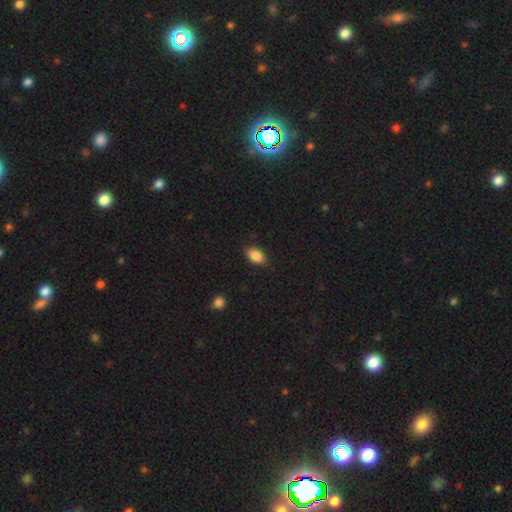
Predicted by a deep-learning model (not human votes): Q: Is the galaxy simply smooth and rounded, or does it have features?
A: smooth — 87%.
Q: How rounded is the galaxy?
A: in between — 89%.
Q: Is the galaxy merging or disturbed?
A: none — 84%.